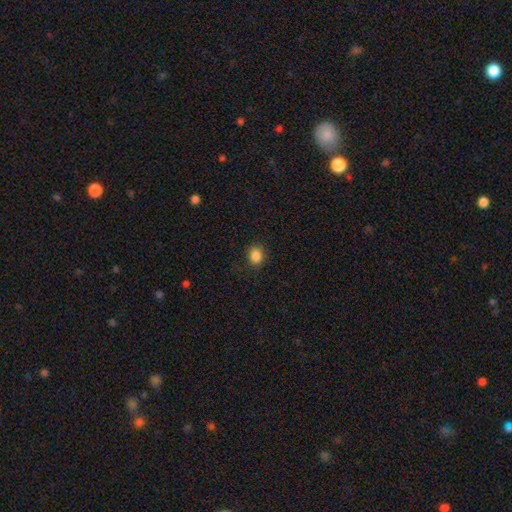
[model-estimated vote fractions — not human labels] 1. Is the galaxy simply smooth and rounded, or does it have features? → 86% smooth, 11% star or artifact, 3% featured or disk.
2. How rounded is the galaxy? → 59% round, 40% in between, 1% cigar-shaped.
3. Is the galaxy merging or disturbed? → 87% none, 9% minor disturbance, 3% major disturbance, 1% merger.